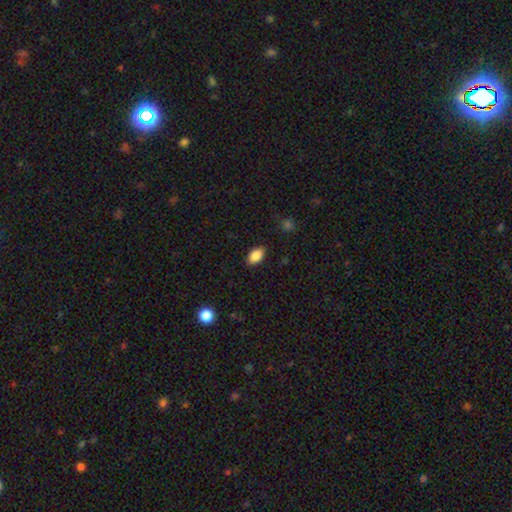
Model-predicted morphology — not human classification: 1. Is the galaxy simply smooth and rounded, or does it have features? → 86% smooth, 8% star or artifact, 6% featured or disk.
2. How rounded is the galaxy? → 91% in between, 7% round, 2% cigar-shaped.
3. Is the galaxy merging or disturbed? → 86% none, 10% minor disturbance, 2% major disturbance, 1% merger.